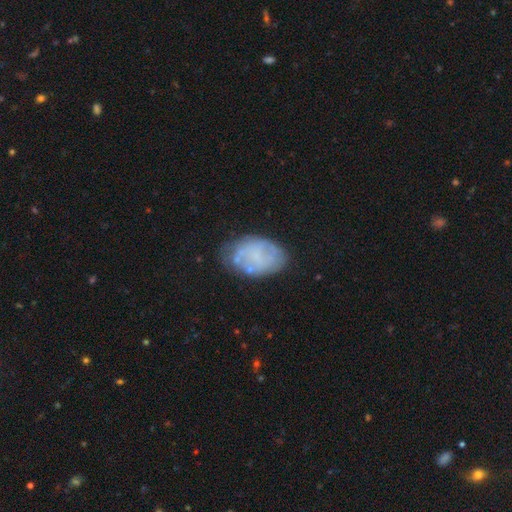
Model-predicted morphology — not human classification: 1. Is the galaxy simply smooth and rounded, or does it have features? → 49% featured or disk, 42% smooth, 9% star or artifact.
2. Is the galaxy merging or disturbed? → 65% none, 22% minor disturbance, 9% major disturbance, 4% merger.